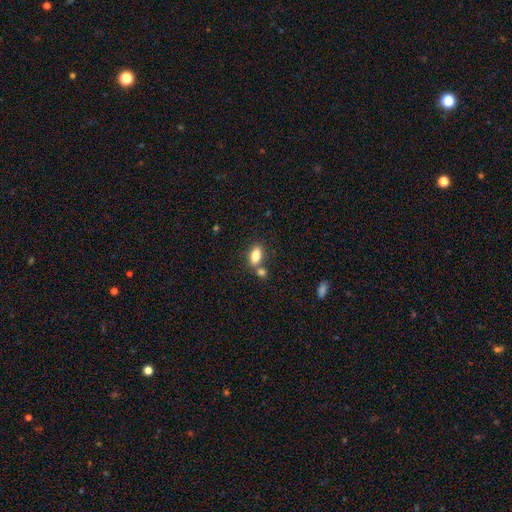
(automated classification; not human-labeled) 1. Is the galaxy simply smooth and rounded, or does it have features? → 81% smooth, 10% featured or disk, 8% star or artifact.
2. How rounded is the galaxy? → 88% in between, 8% round, 5% cigar-shaped.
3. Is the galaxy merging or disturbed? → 58% none, 28% merger, 10% minor disturbance, 3% major disturbance.